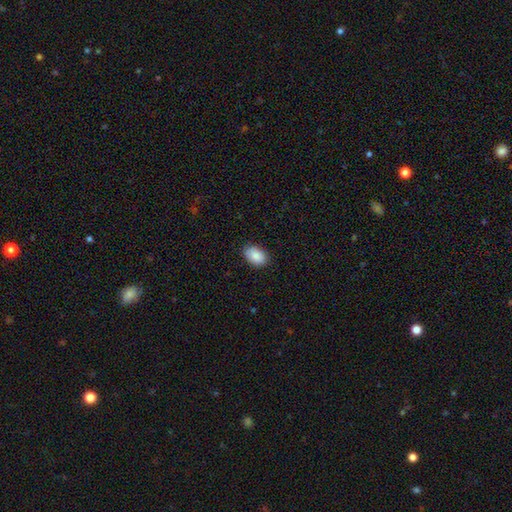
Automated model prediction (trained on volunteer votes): This is clearly a smooth galaxy (87%). How rounded: clearly in between (88%). Merging: clearly none (87%).